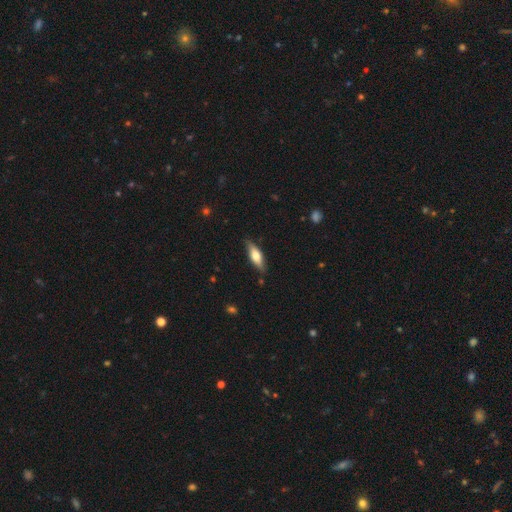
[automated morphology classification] This appears to be a smooth galaxy with no disk features (59%) that is in between round and cigar-shaped (53%). Merging: none (84%).